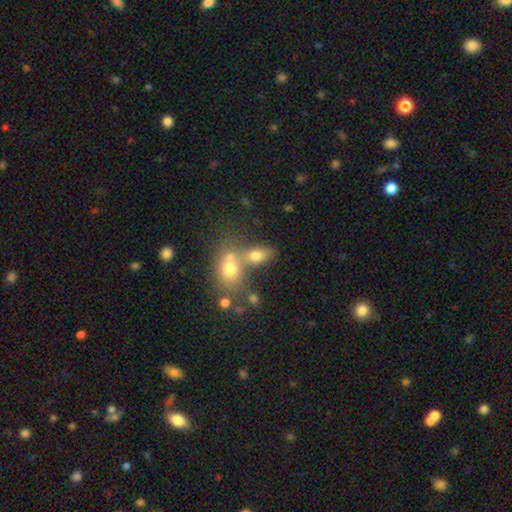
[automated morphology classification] The model was most divided on "merging": merger: 46%, none: 38%, minor disturbance: 10%, major disturbance: 6%. More confident: how rounded — in between (75%); smooth or featured — smooth (70%).